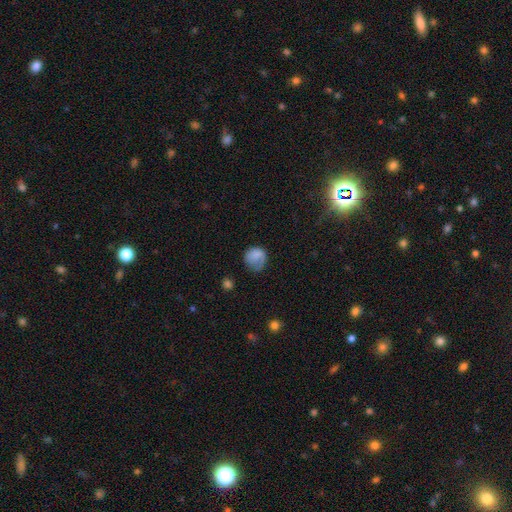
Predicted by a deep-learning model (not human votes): Overall: smooth (74%). How rounded: round (76%). Merging: none (46%; minor disturbance 30%).